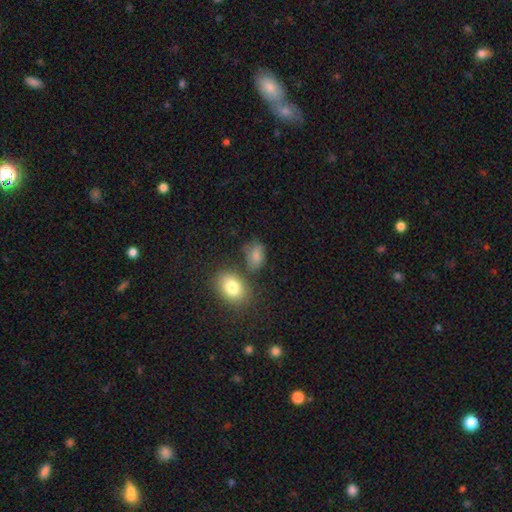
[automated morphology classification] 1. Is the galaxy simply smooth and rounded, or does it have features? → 76% smooth, 12% featured or disk, 12% star or artifact.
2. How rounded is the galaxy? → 75% in between, 23% round, 2% cigar-shaped.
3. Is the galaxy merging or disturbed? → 59% none, 23% minor disturbance, 9% merger, 9% major disturbance.